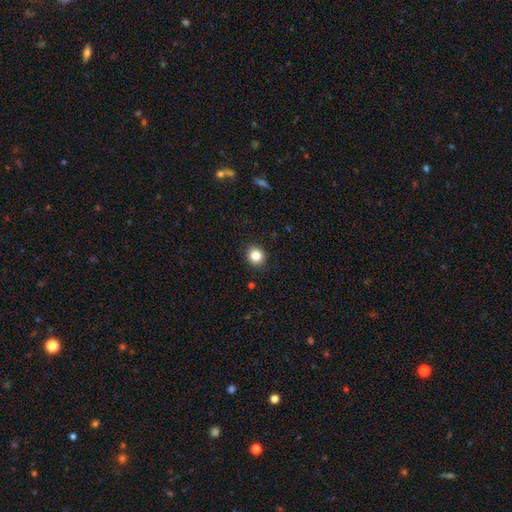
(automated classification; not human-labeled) This is clearly a smooth galaxy (84%). How rounded: clearly round (83%). Merging: clearly none (91%).